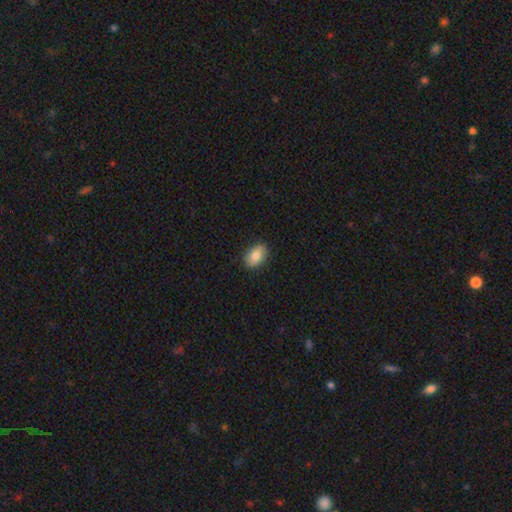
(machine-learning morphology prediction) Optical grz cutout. It shows a smooth galaxy with no disk features (84%) that is in between round and cigar-shaped (89%). Merging: none (87%).